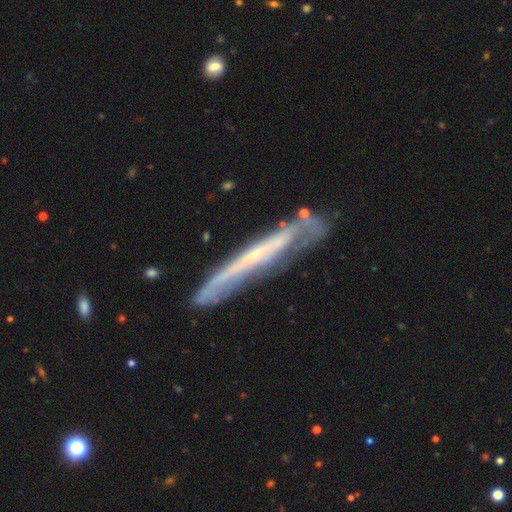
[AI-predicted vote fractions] Morphology: type=featured or disk (73%); edge-on=yes (73%); edge-on bulge=none (65%); merging=none (68%).